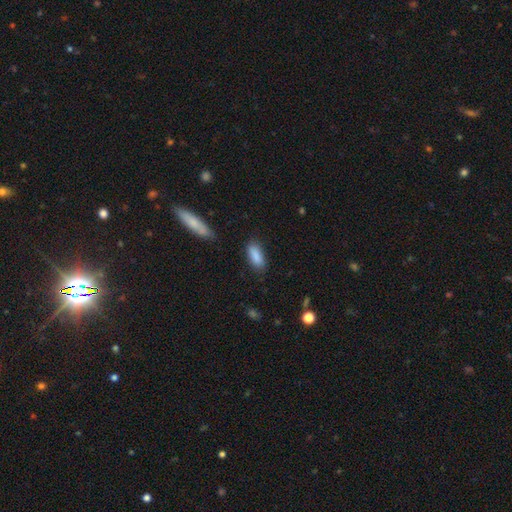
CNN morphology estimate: type=smooth (88%); roundness=in between (80%); merging=none (81%).